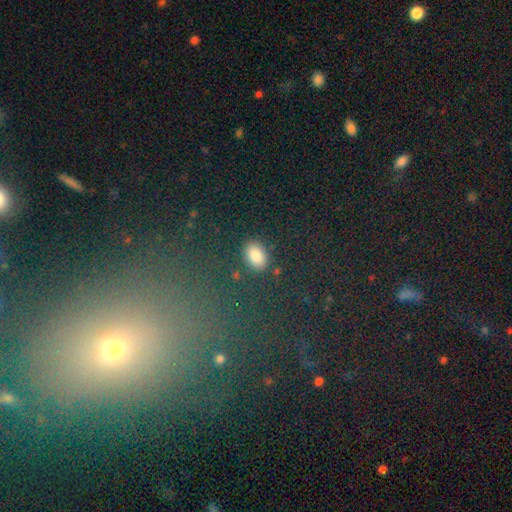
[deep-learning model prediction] This is clearly a smooth galaxy (83%). How rounded: clearly in between (84%). Merging: clearly none (83%).